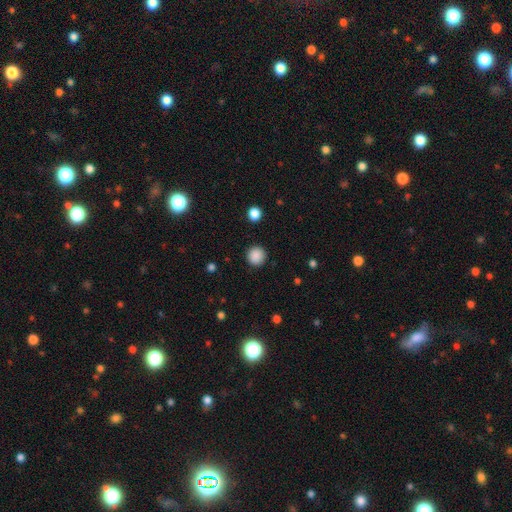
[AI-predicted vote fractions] Q: Smooth or featured?
A: smooth (88%); runner-up: star or artifact (9%)
Q: How rounded?
A: round (94%); runner-up: in between (5%)
Q: Merging?
A: none (91%); runner-up: minor disturbance (5%)